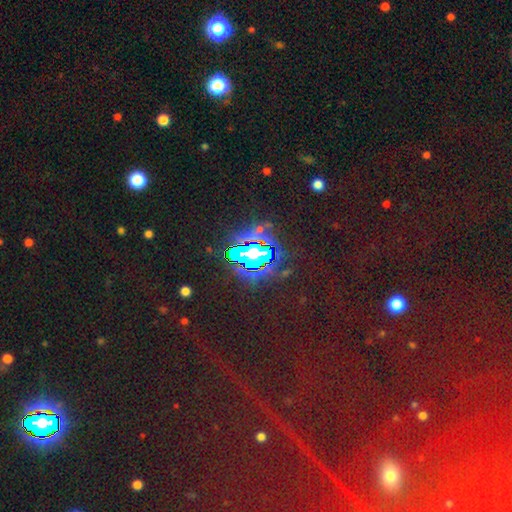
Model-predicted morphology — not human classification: A star or artifact, not a galaxy (78%).

Vote fractions:
- Smooth or featured? star or artifact: 78% / smooth: 12% / featured or disk: 9%